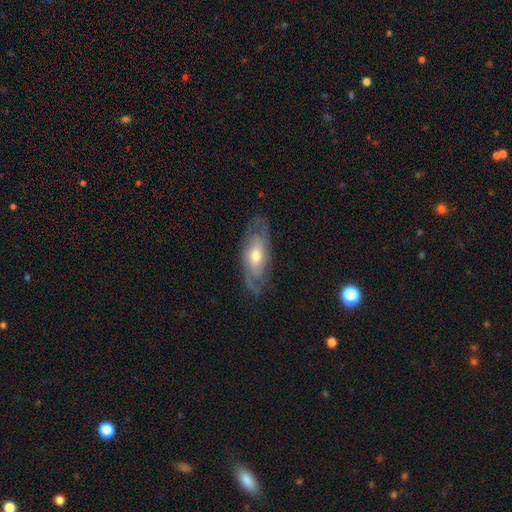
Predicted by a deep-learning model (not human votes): This is likely a featured or disk galaxy (68%). It is clearly not viewed edge-on (84%). Bar: likely no (66%). Spiral arm pattern: clearly yes (81%). Central bulge: likely moderate (67%). Merging: likely none (74%).